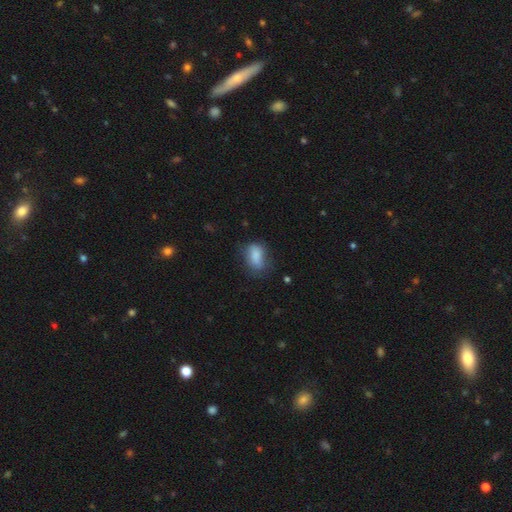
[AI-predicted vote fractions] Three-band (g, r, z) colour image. It shows a smooth galaxy with no disk features (81%) that is in between round and cigar-shaped (84%). Merging: none (52%).